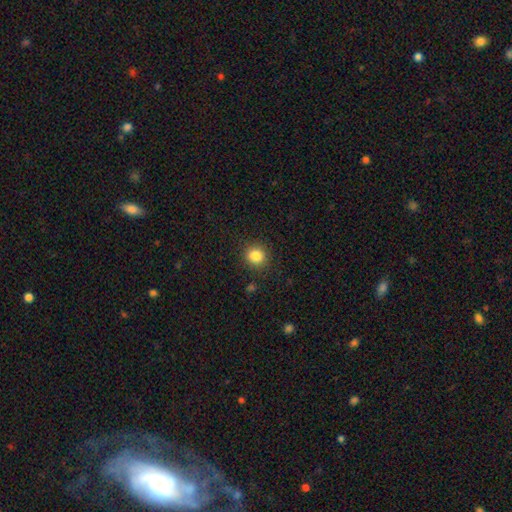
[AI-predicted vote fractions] Overall: smooth (85%). How rounded: round (85%). Merging: none (89%).